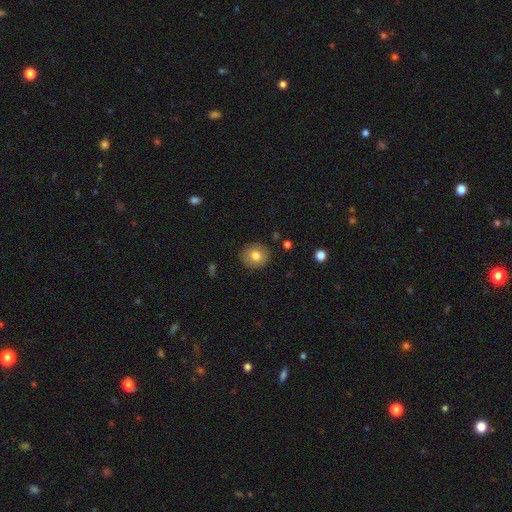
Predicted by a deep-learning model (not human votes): Q: Smooth or featured?
A: smooth (77%); runner-up: featured or disk (14%)
Q: How rounded?
A: round (86%); runner-up: in between (13%)
Q: Merging?
A: none (88%); runner-up: minor disturbance (8%)